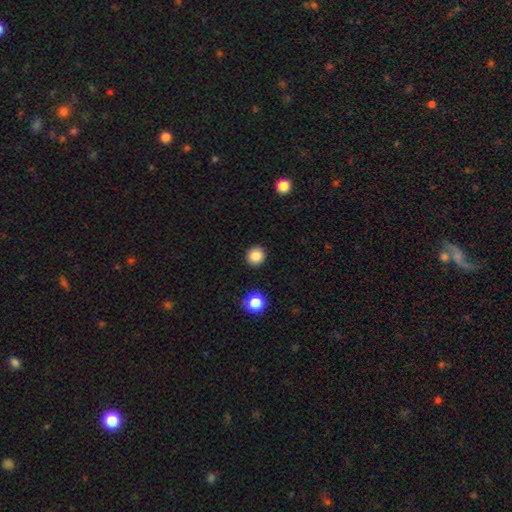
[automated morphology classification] Smooth or featured? smooth (85%)
How rounded? round (94%)
Merging? none (92%)